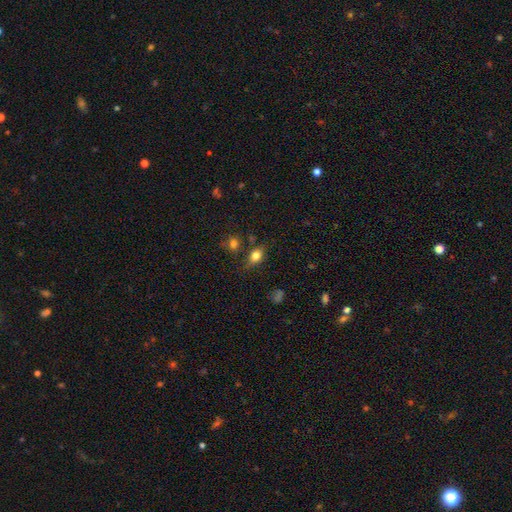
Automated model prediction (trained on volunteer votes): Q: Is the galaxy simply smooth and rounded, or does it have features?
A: smooth — 74%.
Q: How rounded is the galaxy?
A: in between — 65%.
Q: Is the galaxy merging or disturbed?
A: none — 69%.